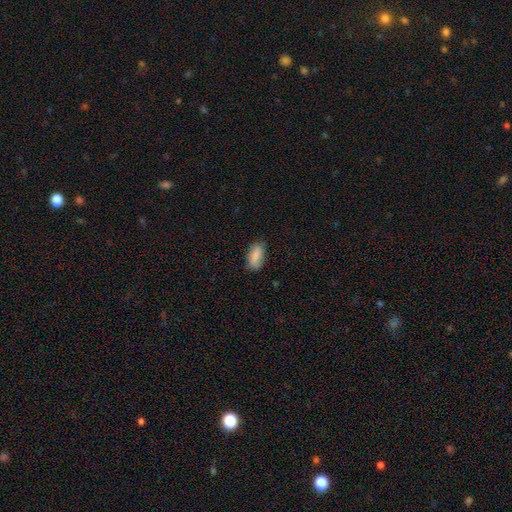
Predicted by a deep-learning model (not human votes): The model was most divided on "merging": none: 72%, minor disturbance: 22%, major disturbance: 4%, merger: 1%. More confident: how rounded — in between (91%); smooth or featured — smooth (83%).